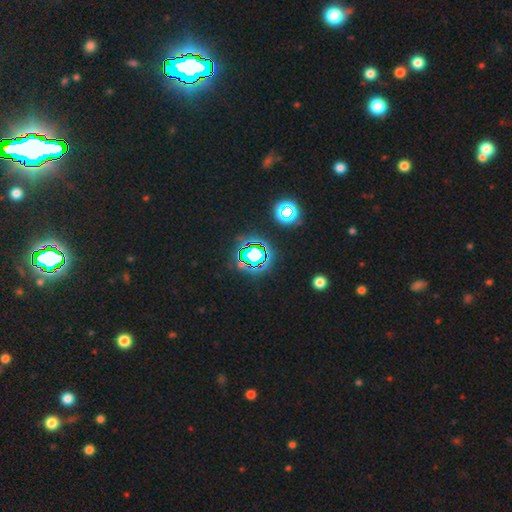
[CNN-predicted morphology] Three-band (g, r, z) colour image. It shows a star or artifact, not a galaxy (74%).